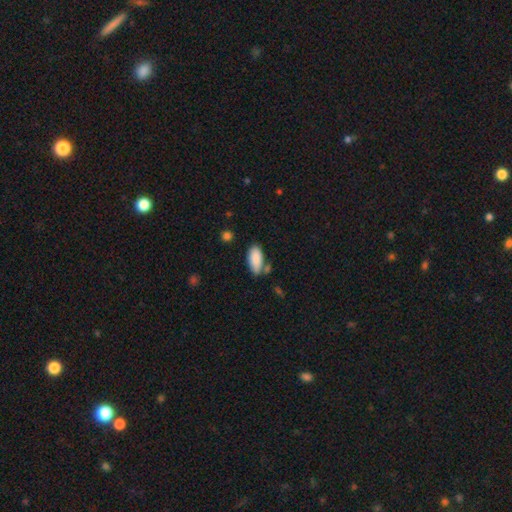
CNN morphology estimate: This is clearly a smooth galaxy (88%). How rounded: clearly in between (89%). Merging: likely none (68%).